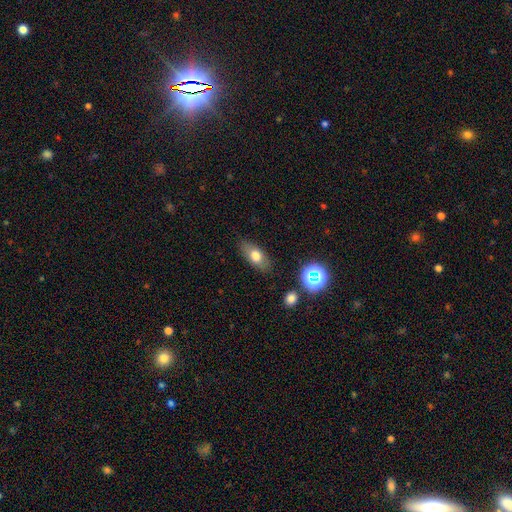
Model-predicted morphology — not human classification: Smooth or featured? smooth (71%)
How rounded? in between (81%)
Merging? none (83%)